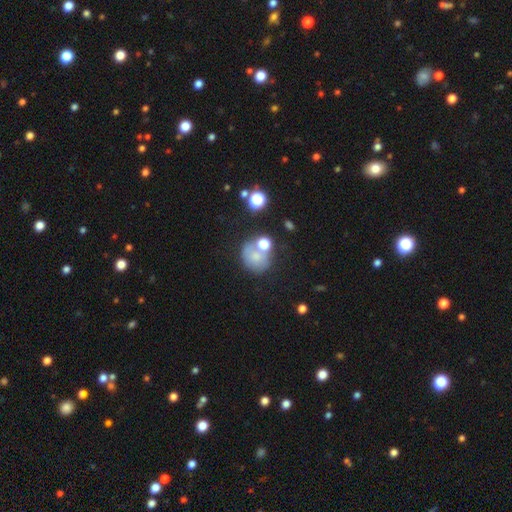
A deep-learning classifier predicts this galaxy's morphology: Smooth or featured? Predicted: smooth (p=0.66). How rounded? Predicted: round (p=0.70). Merging? Predicted: none (p=0.47).